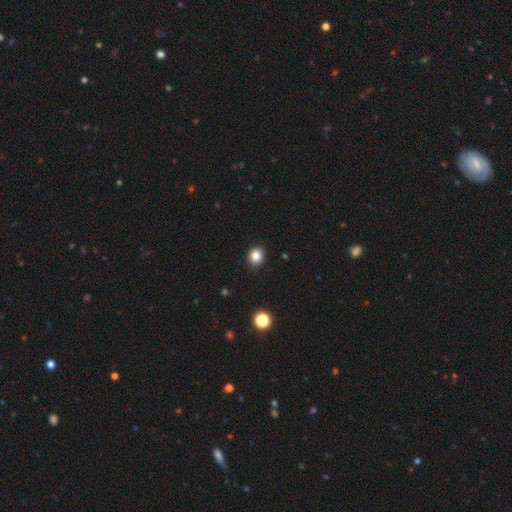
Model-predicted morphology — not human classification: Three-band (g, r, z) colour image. It shows a smooth galaxy with no disk features (85%) that is round (77%). Merging: none (92%).